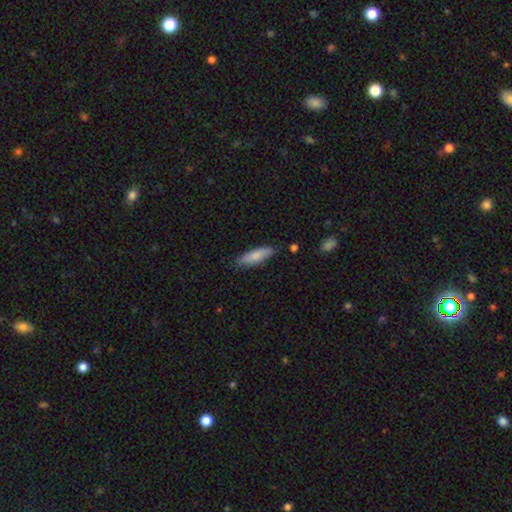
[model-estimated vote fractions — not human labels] smooth-or-featured: smooth: 82% | featured or disk: 12% | star or artifact: 6%
  how-rounded: cigar-shaped: 53% | in between: 45% | round: 1%
  merging: none: 79% | minor disturbance: 16% | major disturbance: 3% | merger: 2%